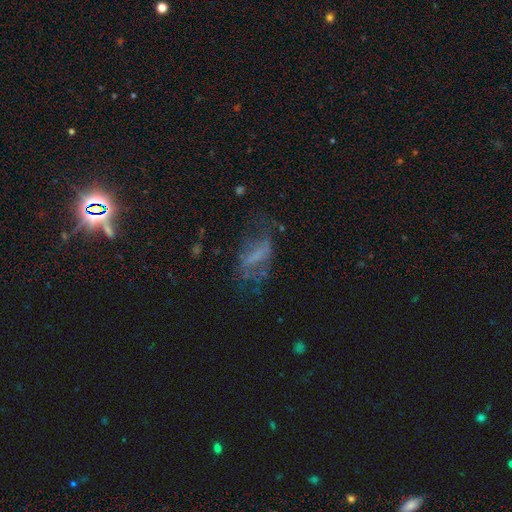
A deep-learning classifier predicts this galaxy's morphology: Smooth or featured? featured or disk (47%)
Merging? none (43%)